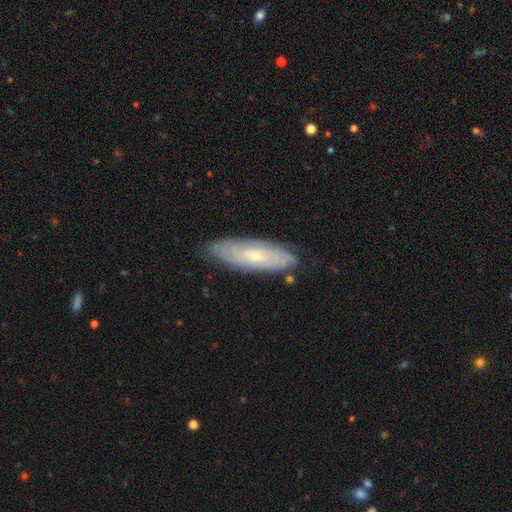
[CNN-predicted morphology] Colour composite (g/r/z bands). It shows a featured or disk galaxy (58%). Merging: none (80%).